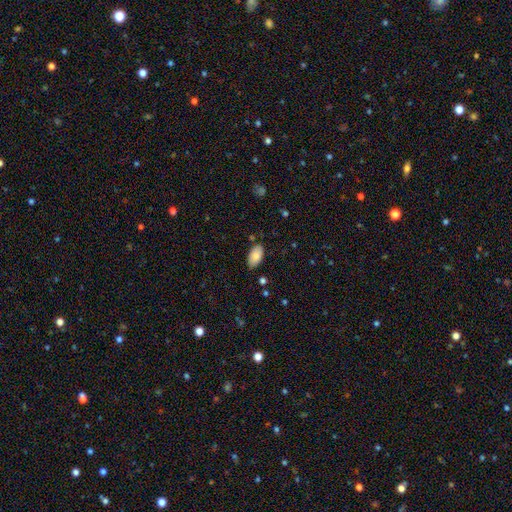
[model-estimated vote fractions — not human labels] Smooth or featured? Predicted: smooth (p=0.84). How rounded? Predicted: in between (p=0.95). Merging? Predicted: none (p=0.82).